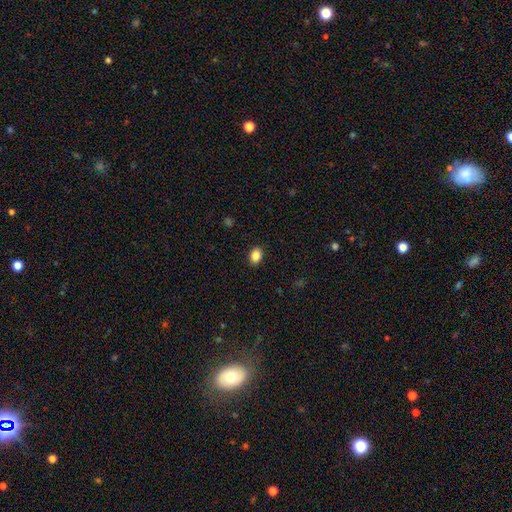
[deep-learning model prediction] smooth 86%, star or artifact 9%, featured or disk 5%. Down the decision tree: how rounded — in between (74%); merging — none (90%).